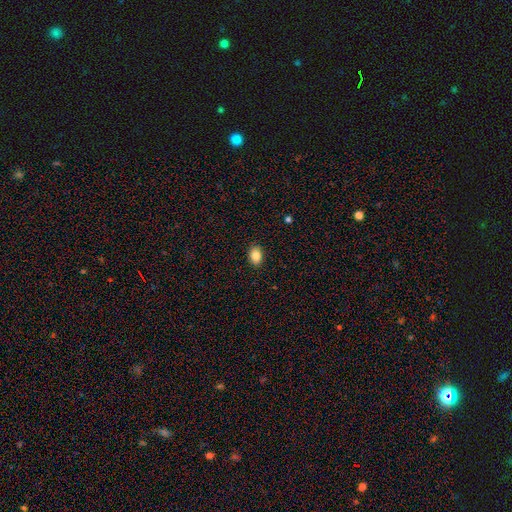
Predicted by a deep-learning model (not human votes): A smooth galaxy with no disk features (85%) that is in between round and cigar-shaped (80%).

Vote fractions:
- Smooth or featured? smooth: 85% / star or artifact: 8% / featured or disk: 7%
- How rounded? in between: 80% / round: 19% / cigar-shaped: 1%
- Merging? none: 90% / minor disturbance: 8% / major disturbance: 2% / merger: 1%